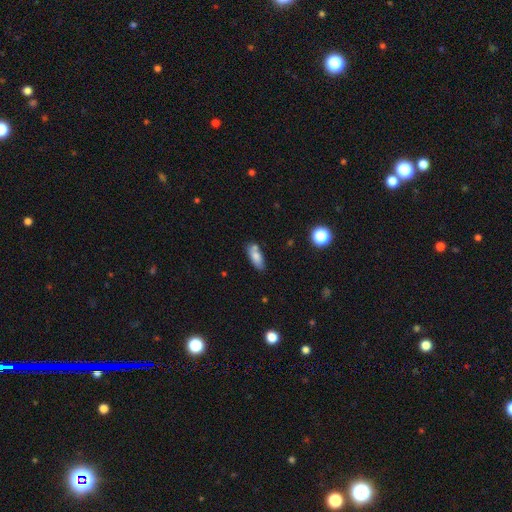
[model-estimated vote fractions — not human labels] smooth 77%, featured or disk 14%, star or artifact 9%. Down the decision tree: how rounded — in between (75%); merging — none (65%).